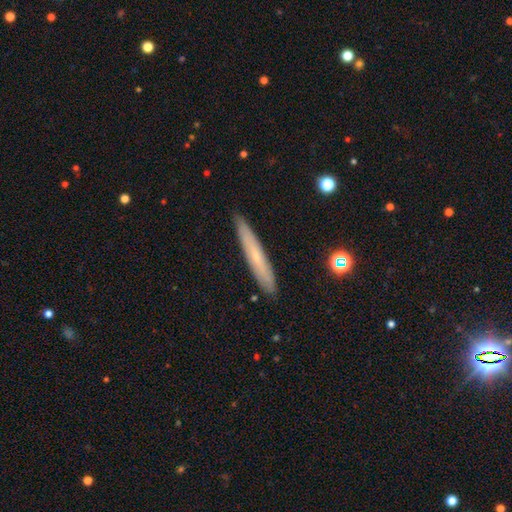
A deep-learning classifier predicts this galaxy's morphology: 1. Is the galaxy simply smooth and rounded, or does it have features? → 53% smooth, 40% featured or disk, 7% star or artifact.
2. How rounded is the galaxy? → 95% cigar-shaped, 4% in between, 1% round.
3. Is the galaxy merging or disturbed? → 89% none, 8% minor disturbance, 1% major disturbance, 1% merger.